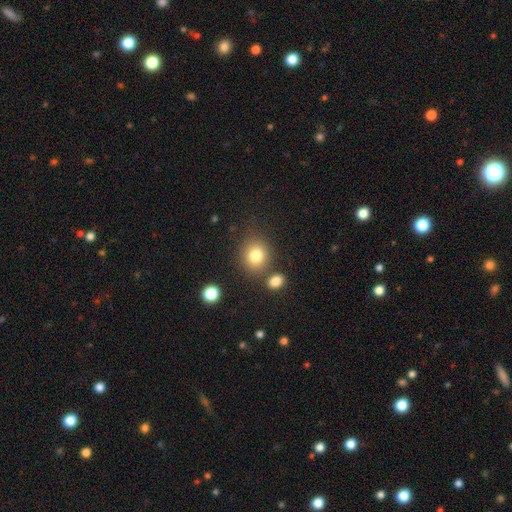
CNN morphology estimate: A smooth galaxy with no disk features (81%) that is round (73%).

Vote fractions:
- Smooth or featured? smooth: 81% / star or artifact: 11% / featured or disk: 8%
- How rounded? round: 73% / in between: 26% / cigar-shaped: 1%
- Merging? none: 73% / merger: 13% / minor disturbance: 10% / major disturbance: 4%